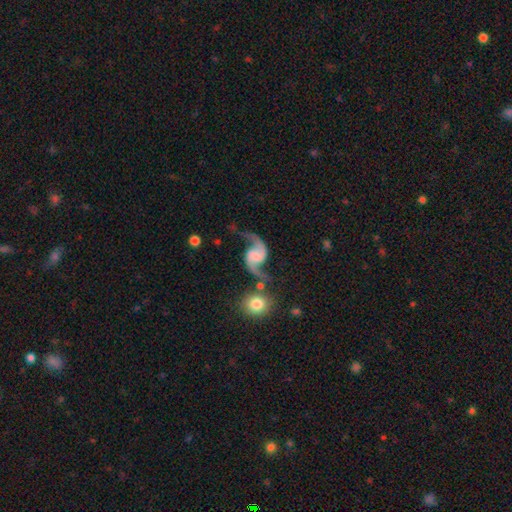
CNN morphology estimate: This is clearly a featured or disk galaxy (91%). It is clearly not viewed edge-on (98%). Bar: possibly no (46%). Spiral arm pattern: clearly yes (98%). Spiral arm count: clearly 2 (94%). Spiral winding: likely loose (78%). Central bulge: marginally small (33%, tied with none). Merging: likely none (65%).